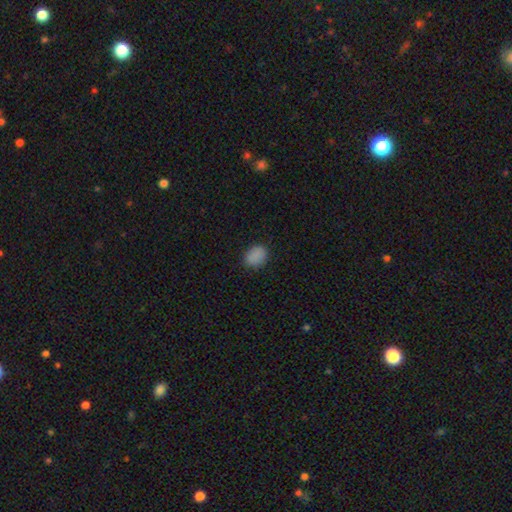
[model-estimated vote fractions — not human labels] The model was most divided on "how rounded": in between: 67%, round: 32%, cigar-shaped: 1%. More confident: smooth or featured — smooth (86%); merging — none (83%).